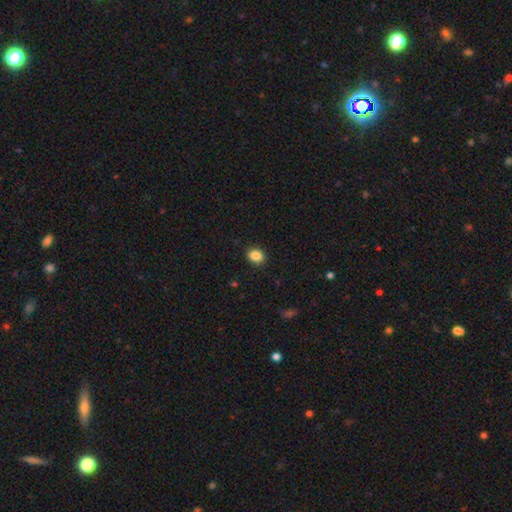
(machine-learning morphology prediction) Q: Smooth or featured?
A: smooth (87%); runner-up: star or artifact (9%)
Q: How rounded?
A: in between (61%); runner-up: round (38%)
Q: Merging?
A: none (89%); runner-up: minor disturbance (8%)